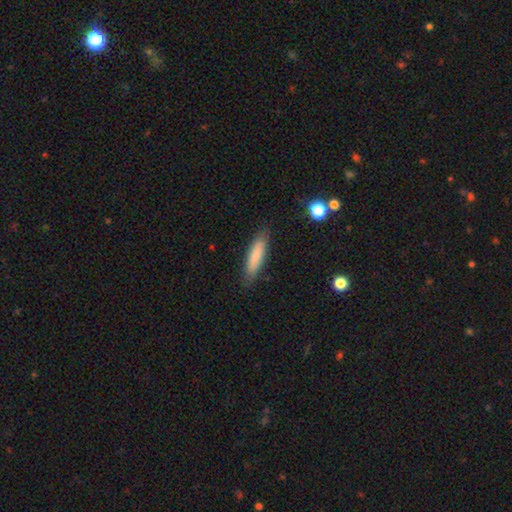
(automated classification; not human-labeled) Overall: smooth (82%). How rounded: cigar-shaped (77%). Merging: none (85%).